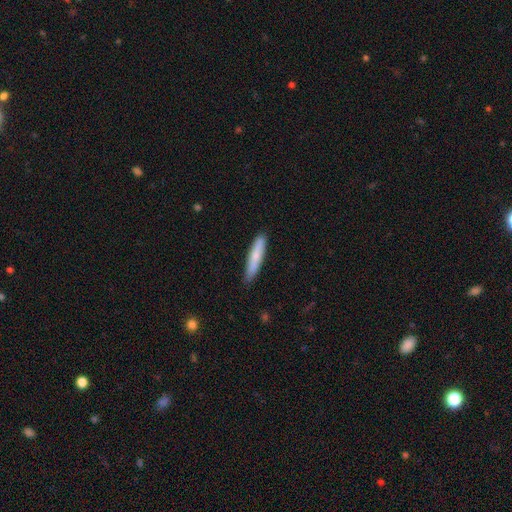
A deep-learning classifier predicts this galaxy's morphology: The model was most divided on "smooth or featured": smooth: 76%, featured or disk: 19%, star or artifact: 6%. More confident: how rounded — cigar-shaped (90%); merging — none (87%).